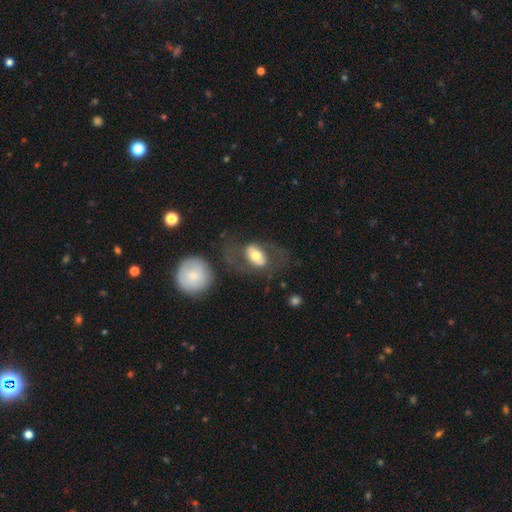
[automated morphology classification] This is possibly a smooth galaxy (48%). Merging: possibly none (54%).